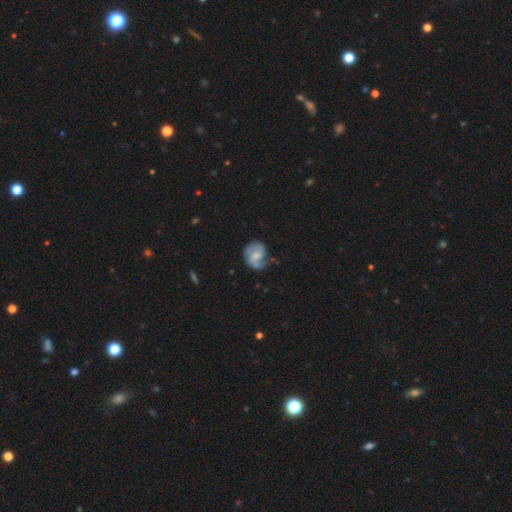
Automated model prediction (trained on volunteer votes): Smooth or featured? featured or disk (68%)
Edge-on disk? no (98%)
Bar? no (51%)
Spiral arms? yes (90%)
Spiral winding? medium (46%)
Spiral arm count? 2 (71%)
Bulge size? small (44%)
Merging? none (58%)